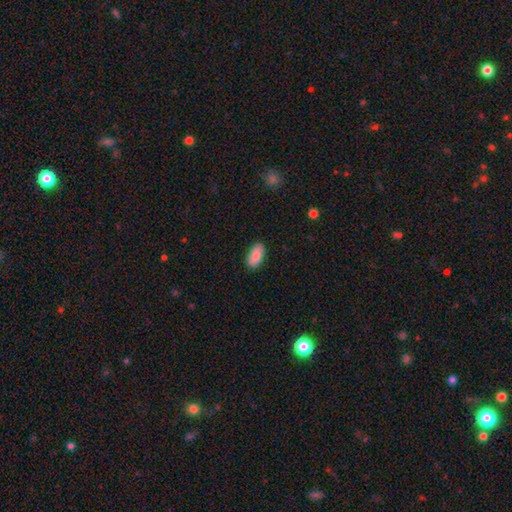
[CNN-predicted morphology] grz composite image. It shows a smooth galaxy with no disk features (87%) that is in between round and cigar-shaped (93%). Merging: none (86%).